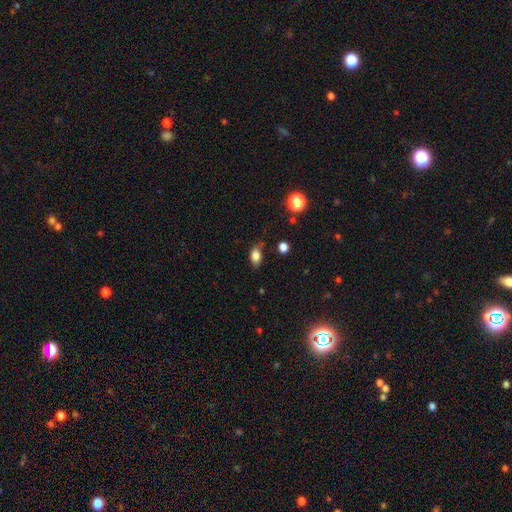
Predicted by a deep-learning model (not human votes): This is likely a smooth galaxy (79%). How rounded: clearly in between (82%). Merging: likely none (63%).